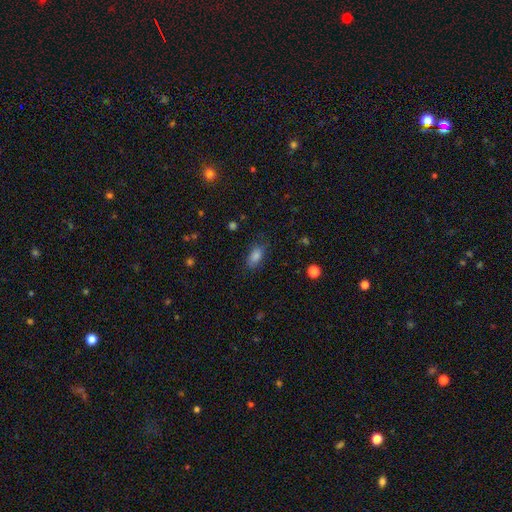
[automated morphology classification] Smooth or featured?
  - smooth: 78% *
  - star or artifact: 13%
  - featured or disk: 9%
How rounded?
  - in between: 87% *
  - round: 7%
  - cigar-shaped: 6%
Merging?
  - none: 76% *
  - minor disturbance: 17%
  - major disturbance: 6%
  - merger: 1%